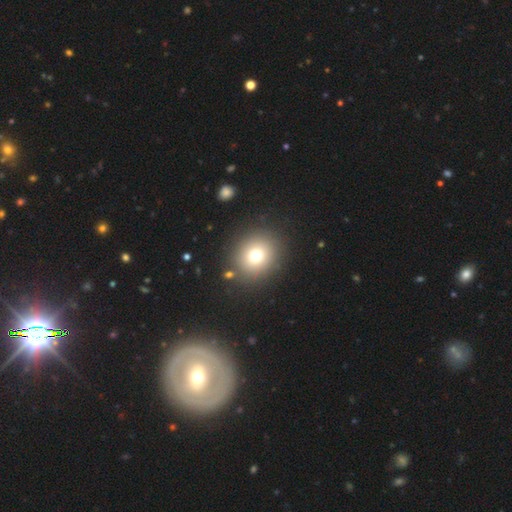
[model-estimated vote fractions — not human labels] This is likely a smooth galaxy (72%). How rounded: clearly round (80%). Merging: clearly none (86%).